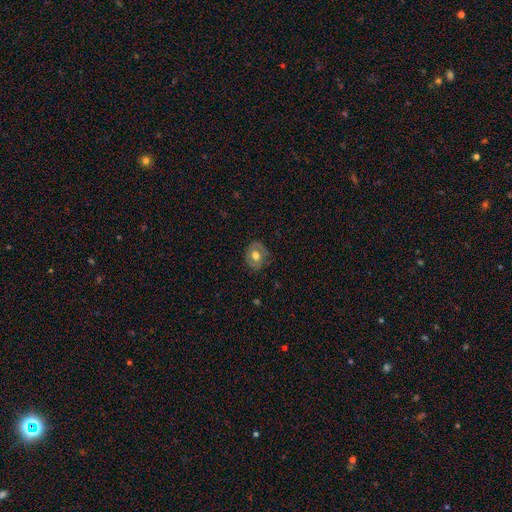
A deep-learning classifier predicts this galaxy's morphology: Smooth or featured?
  - smooth: 52% *
  - featured or disk: 40%
  - star or artifact: 8%
How rounded?
  - round: 60% *
  - in between: 39%
  - cigar-shaped: 1%
Merging?
  - none: 78% *
  - minor disturbance: 16%
  - major disturbance: 5%
  - merger: 1%